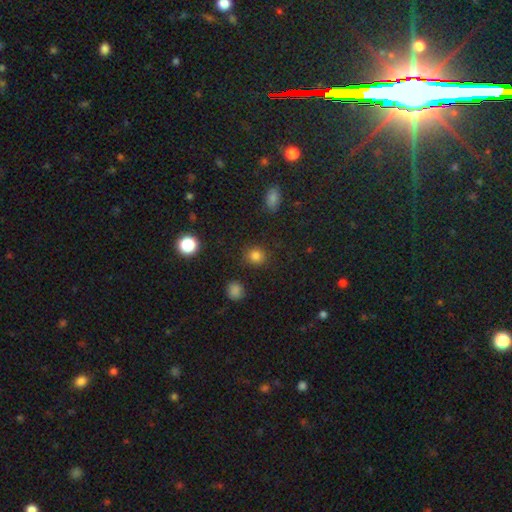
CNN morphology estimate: A smooth galaxy with no disk features (81%) that is round (84%). Merging: none (88%).